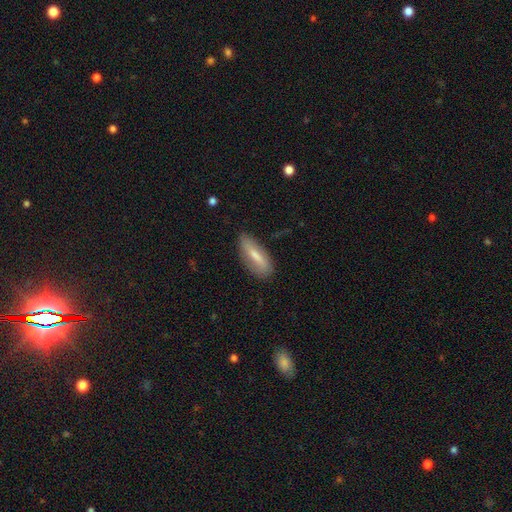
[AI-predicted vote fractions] Morphology: type=smooth (65%); roundness=in between (55%); merging=none (80%).